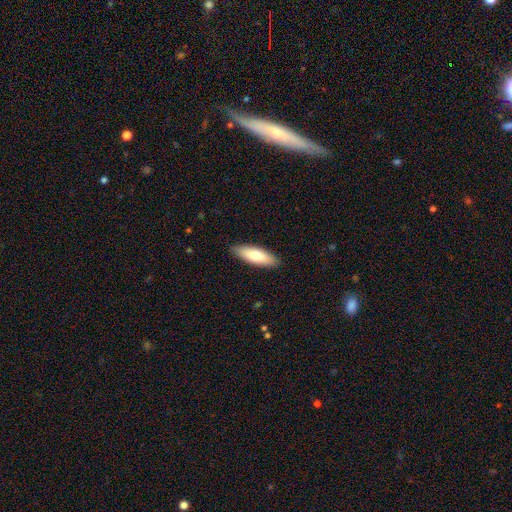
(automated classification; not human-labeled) smooth-or-featured: smooth: 74% | featured or disk: 21% | star or artifact: 5%
  how-rounded: in between: 55% | cigar-shaped: 44% | round: 2%
  merging: none: 89% | minor disturbance: 9% | major disturbance: 2% | merger: 1%